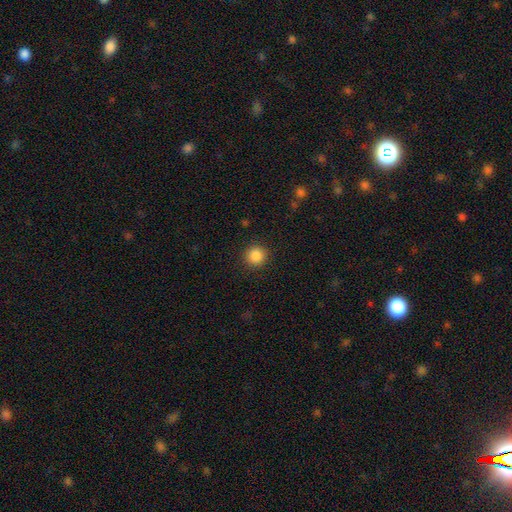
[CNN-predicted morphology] Smooth or featured? smooth (86%)
How rounded? round (94%)
Merging? none (91%)